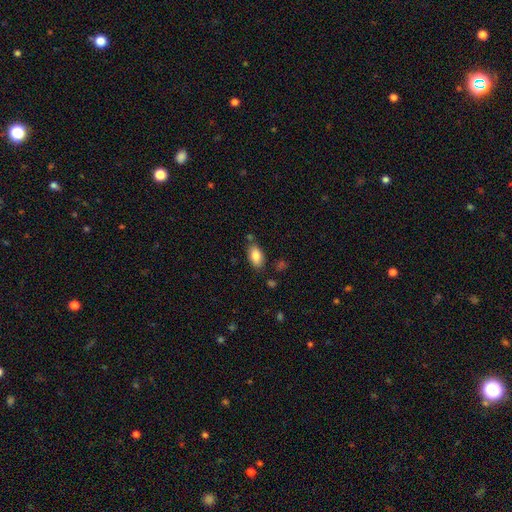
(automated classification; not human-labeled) smooth 84%, featured or disk 9%, star or artifact 7%. Down the decision tree: how rounded — in between (92%); merging — none (76%).